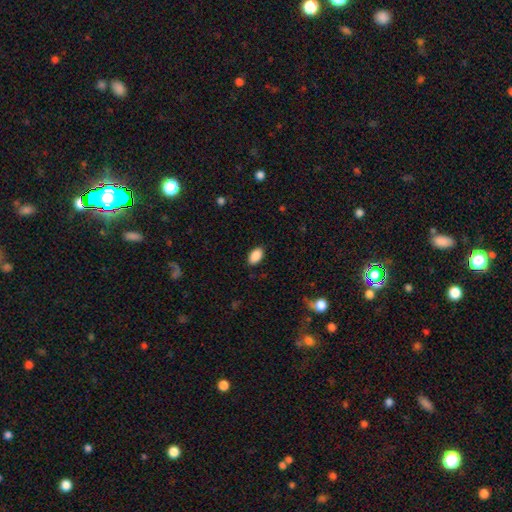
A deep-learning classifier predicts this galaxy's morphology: type=smooth (89%); roundness=in between (93%); merging=none (87%).